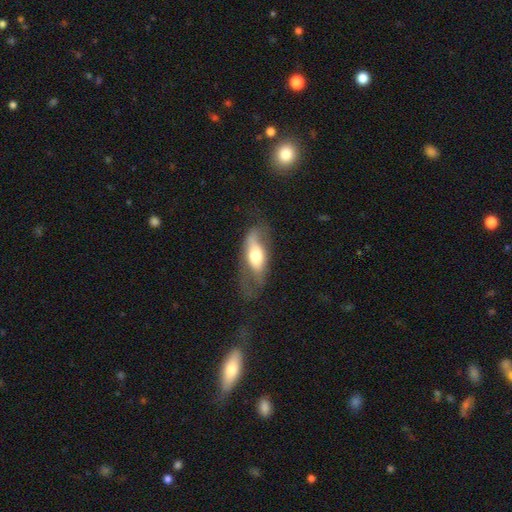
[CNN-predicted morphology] smooth-or-featured: smooth: 48% | featured or disk: 45% | star or artifact: 6%
  merging: none: 41% | major disturbance: 28% | minor disturbance: 28% | merger: 3%